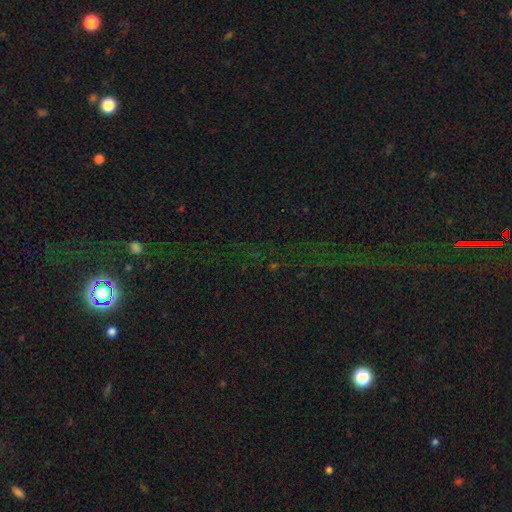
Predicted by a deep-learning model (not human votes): A star or artifact, not a galaxy (74%).

Vote fractions:
- Smooth or featured? star or artifact: 74% / smooth: 15% / featured or disk: 11%